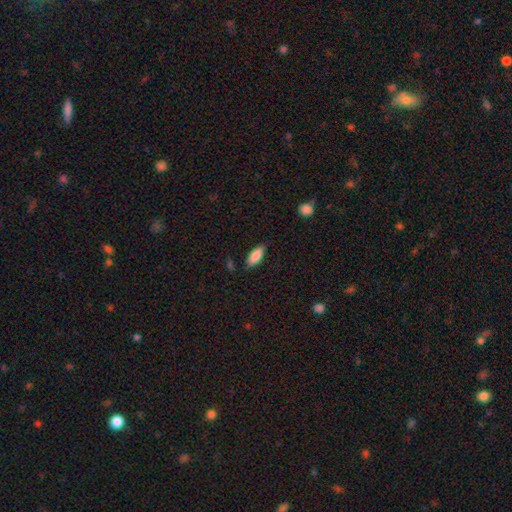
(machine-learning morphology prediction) This appears to be a smooth galaxy with no disk features (83%) that is in between round and cigar-shaped (81%). Merging: none (82%).